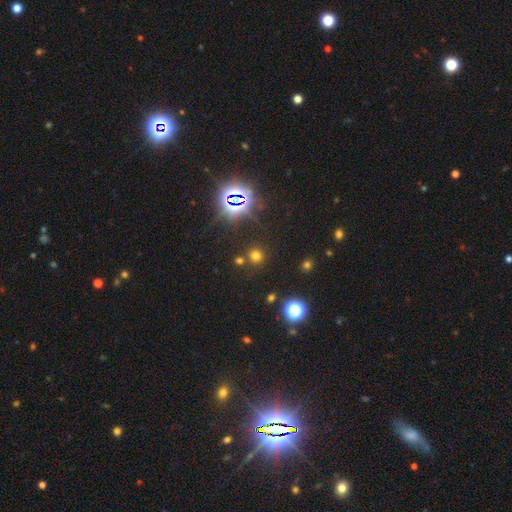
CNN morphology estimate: Smooth or featured?
  - smooth: 59% *
  - star or artifact: 34%
  - featured or disk: 7%
How rounded?
  - round: 92% *
  - in between: 7%
  - cigar-shaped: 1%
Merging?
  - none: 81% *
  - merger: 9%
  - minor disturbance: 7%
  - major disturbance: 3%